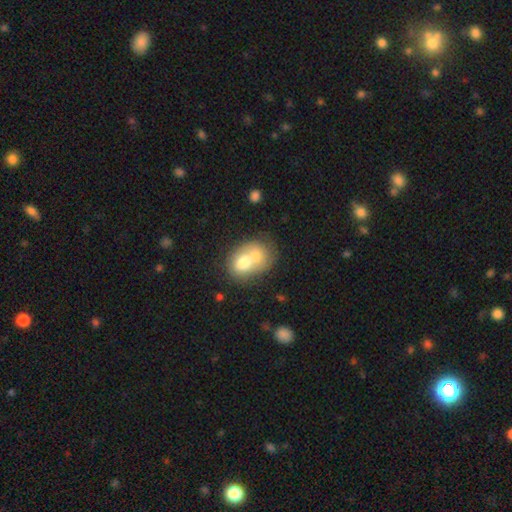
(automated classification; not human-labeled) A smooth galaxy with no disk features (65%) that is in between round and cigar-shaped (57%).

Vote fractions:
- Smooth or featured? smooth: 65% / featured or disk: 27% / star or artifact: 8%
- How rounded? in between: 57% / round: 42% / cigar-shaped: 1%
- Merging? merger: 70% / none: 18% / minor disturbance: 8% / major disturbance: 4%